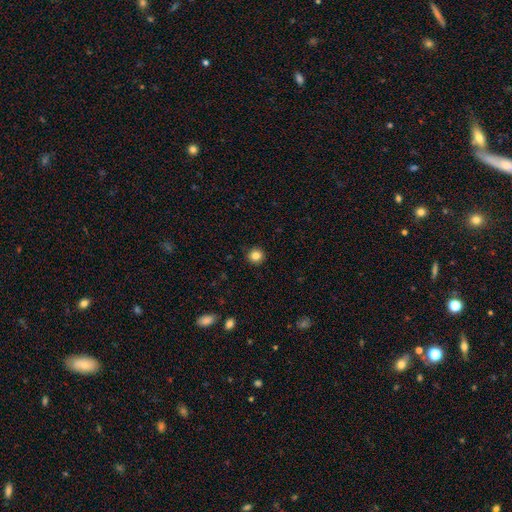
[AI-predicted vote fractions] Smooth or featured? smooth (84%)
How rounded? round (93%)
Merging? none (92%)